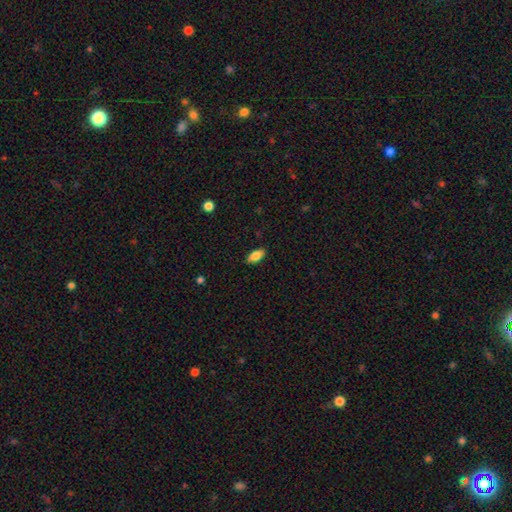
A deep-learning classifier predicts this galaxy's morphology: Smooth or featured: smooth — 85% (featured or disk — 7%)
How rounded: in between — 91% (cigar-shaped — 6%)
Merging: none — 88% (minor disturbance — 9%)